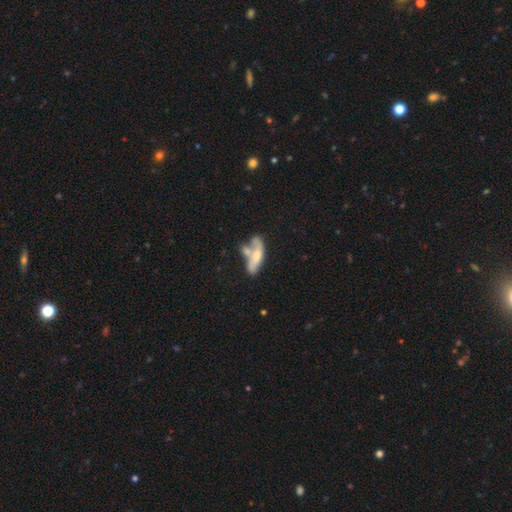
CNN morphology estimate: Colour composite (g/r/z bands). It shows a smooth galaxy with no disk features (49%). Merging: merger (48%).